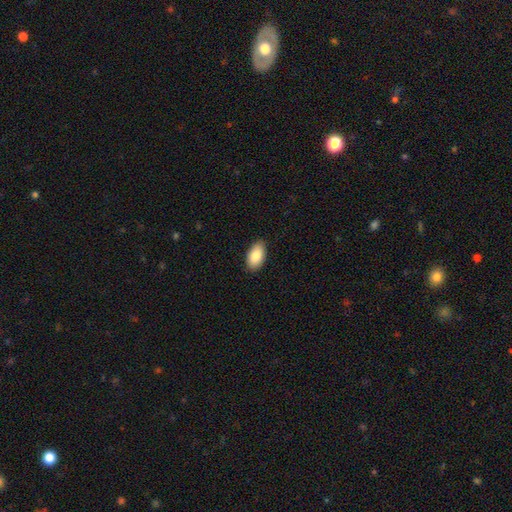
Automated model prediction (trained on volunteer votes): Smooth or featured? Predicted: smooth (p=0.86). How rounded? Predicted: in between (p=0.94). Merging? Predicted: none (p=0.88).